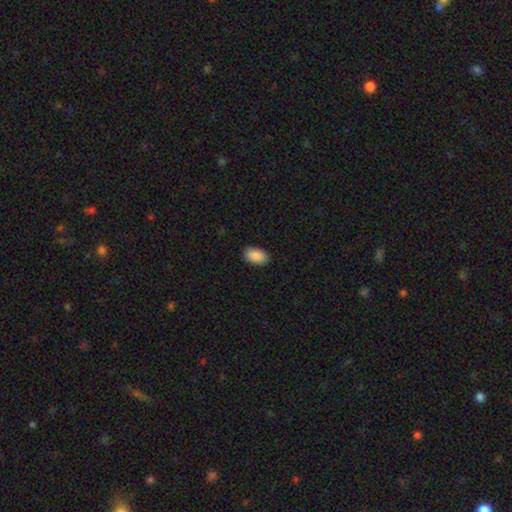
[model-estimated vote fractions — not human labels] Morphology: type=smooth (89%); roundness=in between (94%); merging=none (89%).